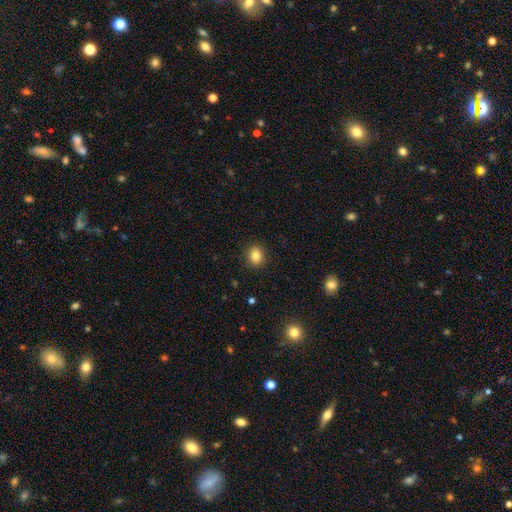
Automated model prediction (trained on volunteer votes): Overall: smooth (83%). How rounded: round (71%). Merging: none (90%).